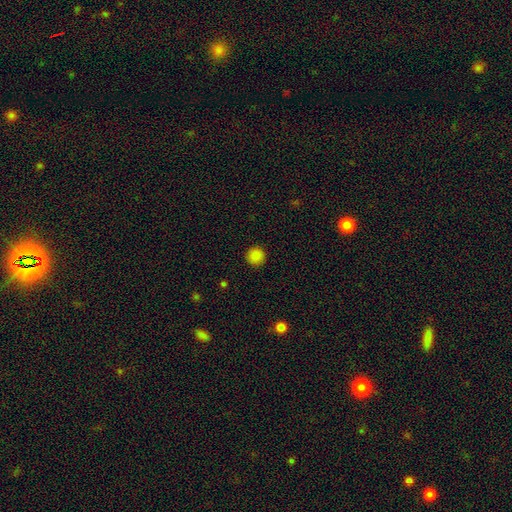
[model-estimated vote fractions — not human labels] Morphology: type=smooth (86%); roundness=round (95%); merging=none (93%).